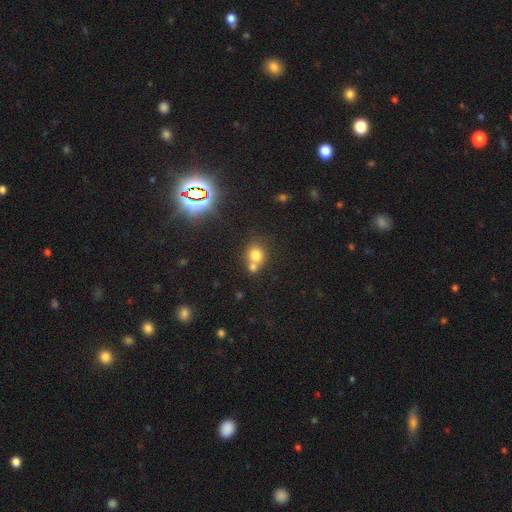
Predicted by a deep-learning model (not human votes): This is likely a smooth galaxy (75%). How rounded: likely round (74%). Merging: possibly merger (49%).